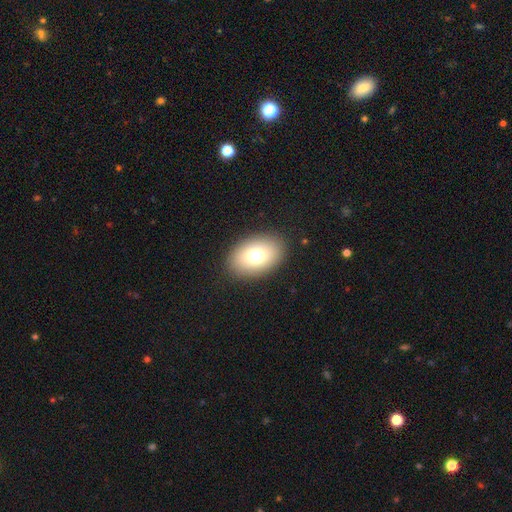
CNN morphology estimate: smooth-or-featured: smooth: 76% | featured or disk: 15% | star or artifact: 10%
  how-rounded: in between: 85% | round: 14% | cigar-shaped: 1%
  merging: none: 88% | minor disturbance: 8% | major disturbance: 3% | merger: 1%